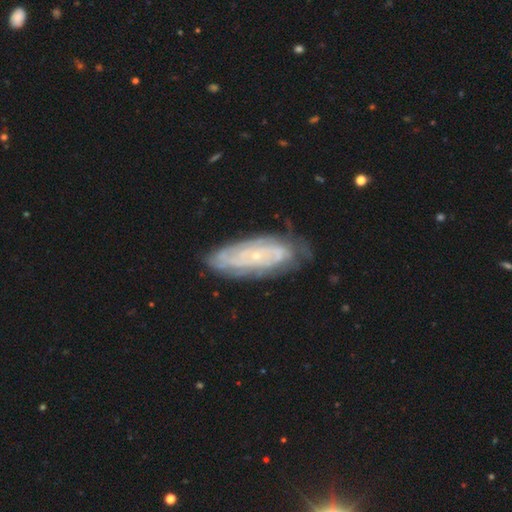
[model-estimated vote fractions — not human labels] Smooth or featured?
  - featured or disk: 76% *
  - smooth: 17%
  - star or artifact: 7%
Edge-on disk?
  - no: 88% *
  - yes: 12%
Bar?
  - no: 77% *
  - weak: 18%
  - strong: 5%
Spiral arms?
  - yes: 88% *
  - no: 12%
Spiral winding?
  - tight: 74% *
  - medium: 20%
  - loose: 6%
Spiral arm count?
  - can't tell: 56% *
  - 2: 15%
  - 4: 10%
  - 3: 9%
  - more than 4: 6%
  - 1: 4%
Bulge size?
  - small: 85% *
  - moderate: 11%
  - none: 2%
  - large: 1%
  - dominant: 1%
Merging?
  - none: 74% *
  - minor disturbance: 19%
  - major disturbance: 5%
  - merger: 2%